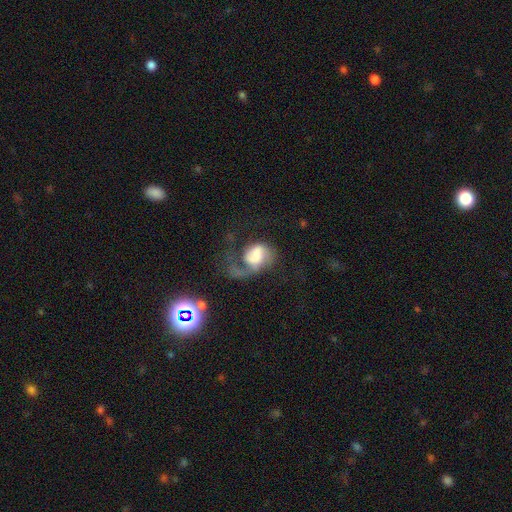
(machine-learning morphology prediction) A featured or disk galaxy (51%).

Vote fractions:
- Smooth or featured? featured or disk: 51% / smooth: 41% / star or artifact: 9%
- Edge-on disk? no: 98% / yes: 2%
- Merging? major disturbance: 58% / none: 20% / minor disturbance: 15% / merger: 7%